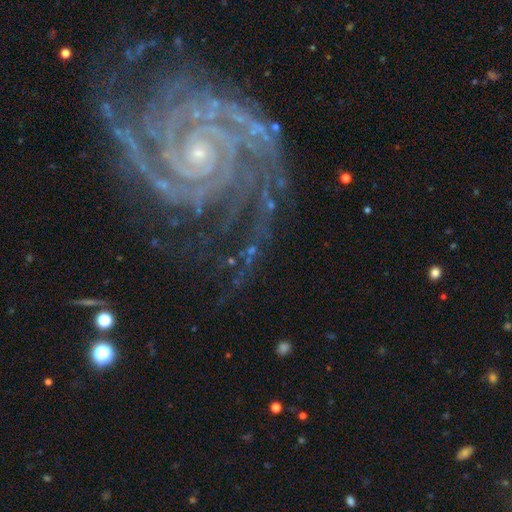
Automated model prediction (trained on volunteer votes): The model was most divided on "spiral arm count": 2: 37%, 3: 18%, 4: 15%, can't tell: 12%, more than 4: 11%, 1: 8%. More confident: spiral arms — yes (99%); edge-on disk — no (98%); smooth or featured — featured or disk (92%); spiral winding — tight (83%); bulge size — small (83%); bar — no (70%); merging — none (68%).